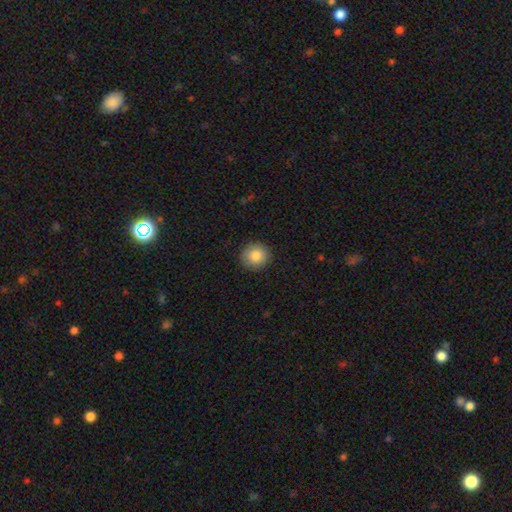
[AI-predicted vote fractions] smooth_or_featured: smooth (p=0.85) [alt: star or artifact p=0.08]
how_rounded: round (p=0.91) [alt: in between p=0.08]
merging: none (p=0.89) [alt: minor disturbance p=0.08]